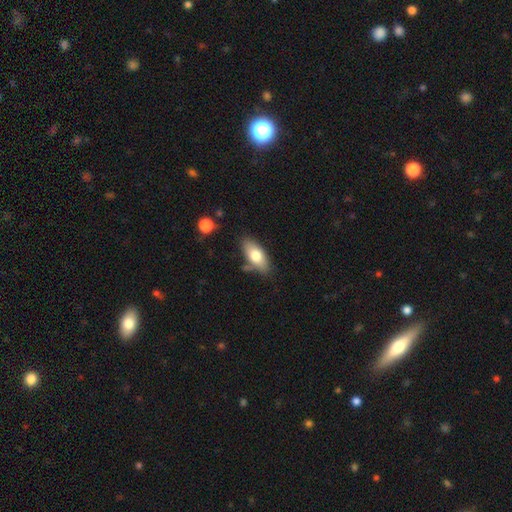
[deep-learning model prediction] Morphology: type=smooth (73%); roundness=in between (87%); merging=none (73%).